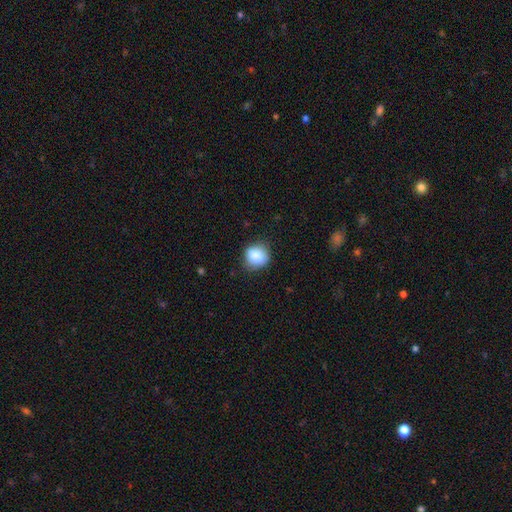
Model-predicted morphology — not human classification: Smooth or featured? Predicted: smooth (p=0.84). How rounded? Predicted: round (p=0.83). Merging? Predicted: none (p=0.75).